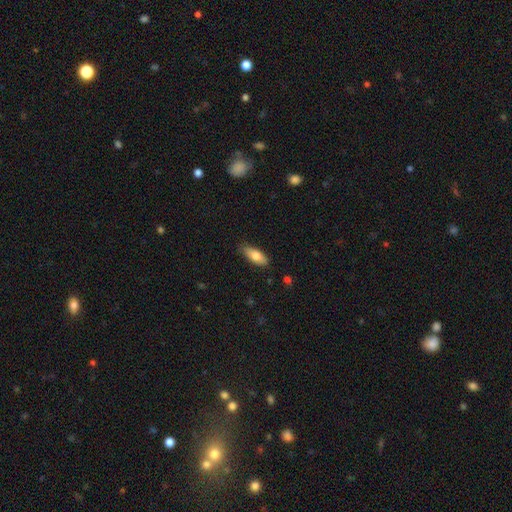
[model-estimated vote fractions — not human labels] Smooth or featured? Predicted: smooth (p=0.76). How rounded? Predicted: in between (p=0.72). Merging? Predicted: none (p=0.80).